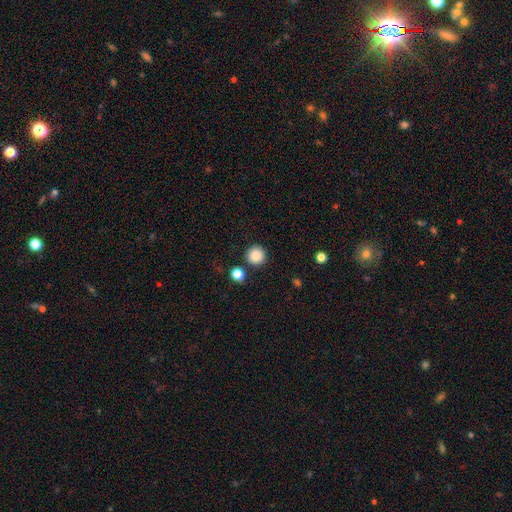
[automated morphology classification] Overall: smooth (87%). How rounded: round (95%). Merging: none (88%).